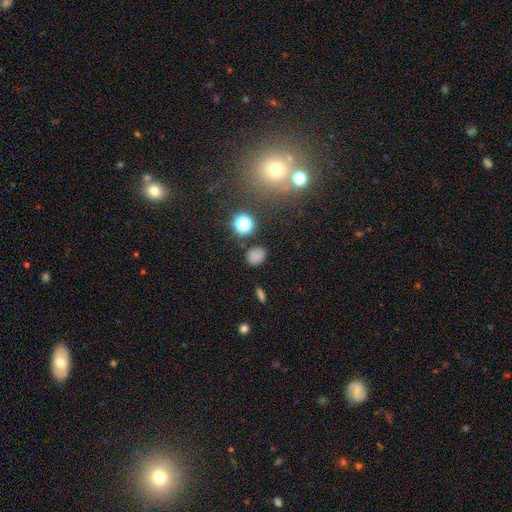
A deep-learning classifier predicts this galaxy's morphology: Q: Smooth or featured?
A: smooth (73%); runner-up: star or artifact (21%)
Q: How rounded?
A: round (51%); runner-up: in between (47%)
Q: Merging?
A: none (81%); runner-up: minor disturbance (13%)